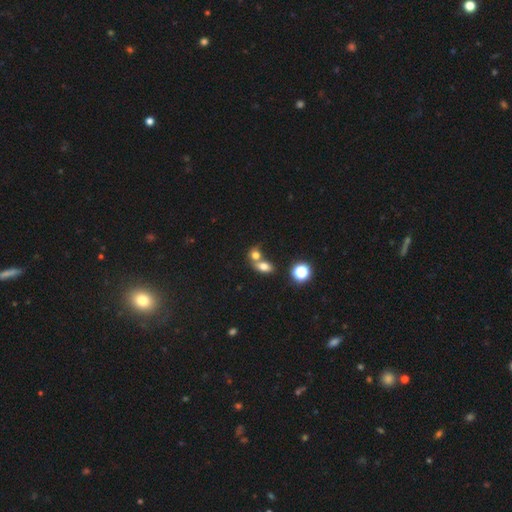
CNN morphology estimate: This is likely a smooth galaxy (73%). How rounded: possibly in between (58%). Merging: possibly merger (59%).